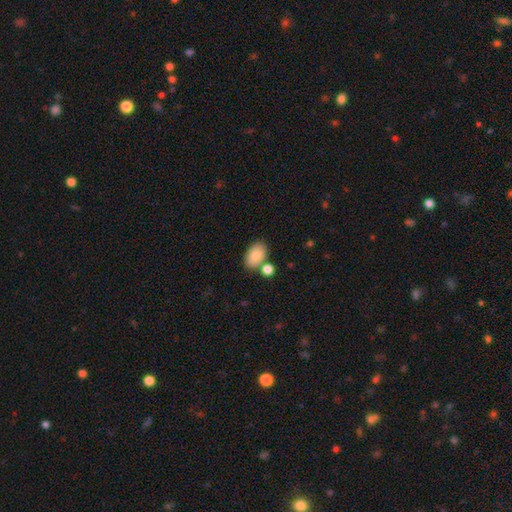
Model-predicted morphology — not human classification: type=smooth (85%); roundness=in between (90%); merging=none (68%).